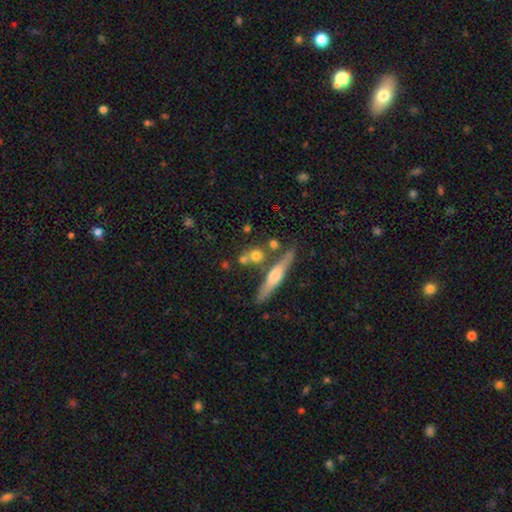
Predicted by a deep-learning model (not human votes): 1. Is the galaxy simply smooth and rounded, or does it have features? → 59% smooth, 29% featured or disk, 12% star or artifact.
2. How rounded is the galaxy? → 56% round, 26% cigar-shaped, 19% in between.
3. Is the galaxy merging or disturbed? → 61% none, 22% merger, 11% minor disturbance, 5% major disturbance.